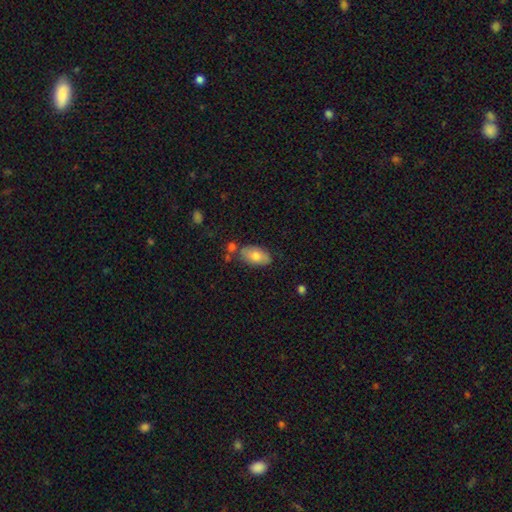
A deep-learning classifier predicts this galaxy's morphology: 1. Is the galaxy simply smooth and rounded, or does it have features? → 75% smooth, 18% featured or disk, 7% star or artifact.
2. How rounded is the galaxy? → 93% in between, 4% round, 3% cigar-shaped.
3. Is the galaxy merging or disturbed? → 69% none, 17% minor disturbance, 10% merger, 4% major disturbance.